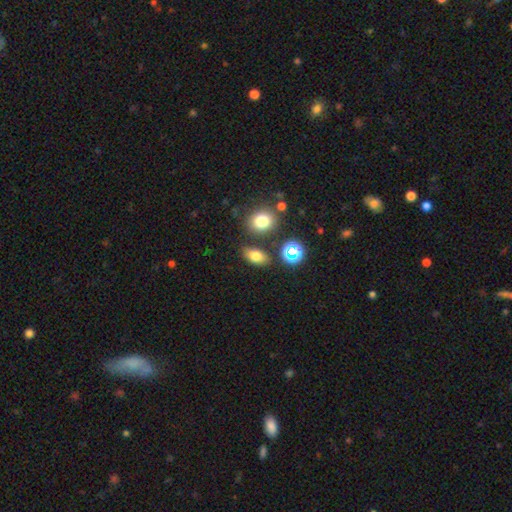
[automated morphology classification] Overall: smooth (72%). How rounded: in between (79%). Merging: none (77%).